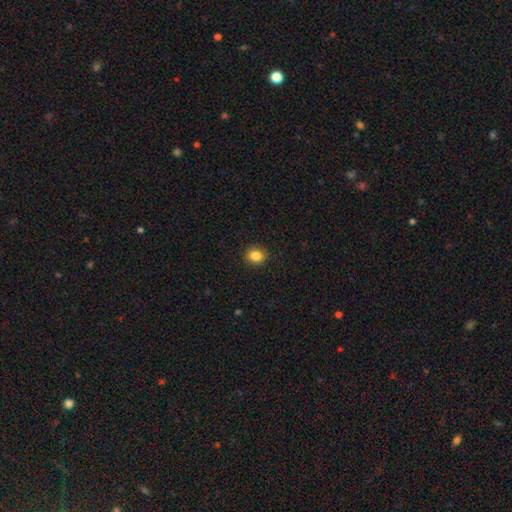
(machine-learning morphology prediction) The model was most divided on "how rounded": round: 73%, in between: 27%, cigar-shaped: 1%. More confident: merging — none (90%); smooth or featured — smooth (84%).